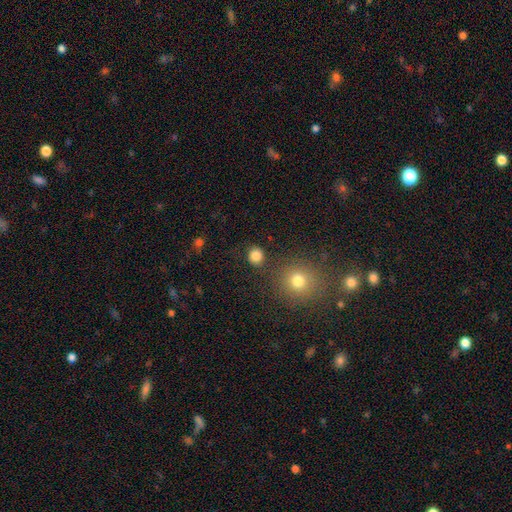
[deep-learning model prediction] Morphology: type=smooth (84%); roundness=round (87%); merging=none (87%).